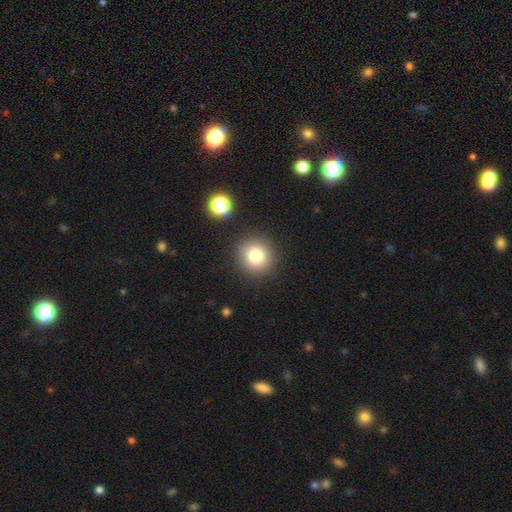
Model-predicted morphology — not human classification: type=smooth (80%); roundness=round (91%); merging=none (89%).